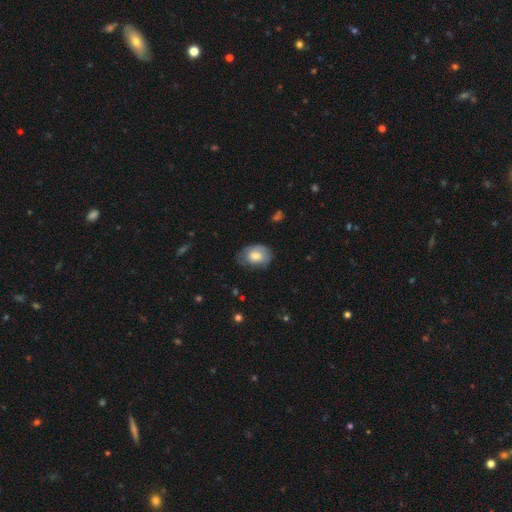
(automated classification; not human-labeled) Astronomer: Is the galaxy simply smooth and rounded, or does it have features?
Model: smooth — 74%.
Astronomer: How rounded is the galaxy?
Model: in between — 77%.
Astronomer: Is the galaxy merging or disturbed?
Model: none — 60%.